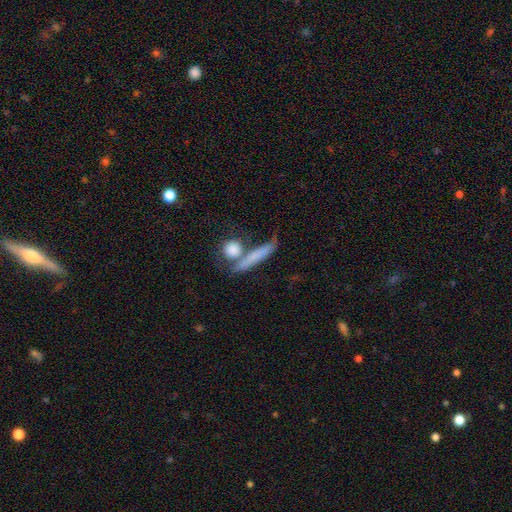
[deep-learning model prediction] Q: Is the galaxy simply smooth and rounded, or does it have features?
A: smooth — 65%.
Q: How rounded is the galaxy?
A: cigar-shaped — 71%.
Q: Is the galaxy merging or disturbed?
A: none — 53%.